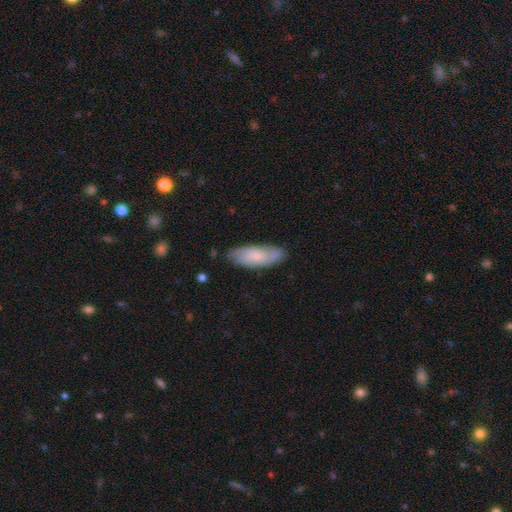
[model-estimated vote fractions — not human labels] Overall: smooth (60%; featured or disk 33%). How rounded: in between (64%; cigar-shaped 34%). Merging: none (79%).